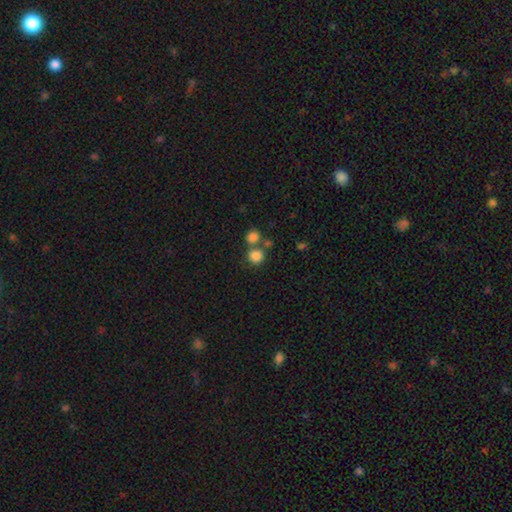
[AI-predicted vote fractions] smooth 82%, star or artifact 11%, featured or disk 6%. Down the decision tree: how rounded — round (89%); merging — none (58%).